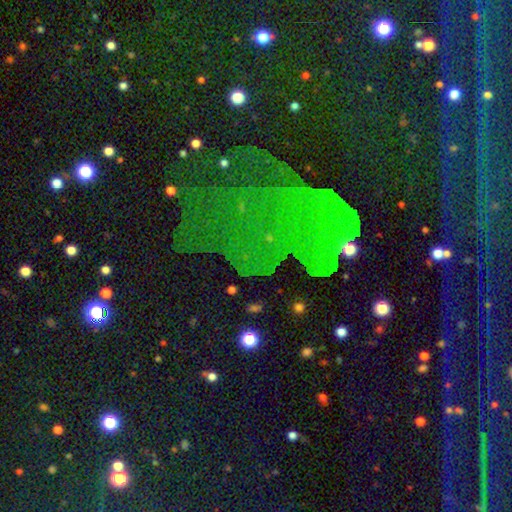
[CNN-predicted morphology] smooth_or_featured: star or artifact (p=0.74) [alt: smooth p=0.13]